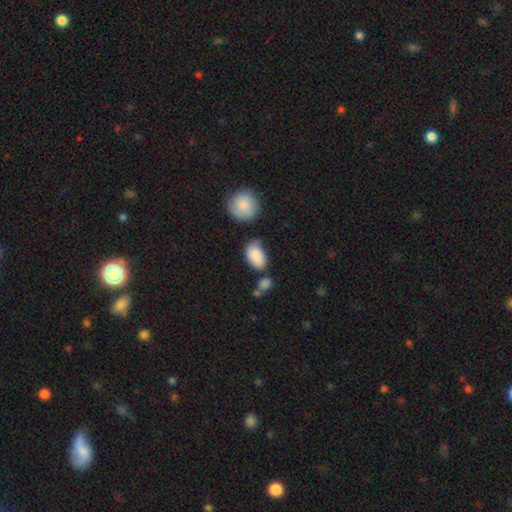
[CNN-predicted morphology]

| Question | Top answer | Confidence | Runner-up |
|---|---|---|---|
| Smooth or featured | smooth | 87% | star or artifact (7%) |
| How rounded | in between | 91% | round (8%) |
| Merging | none | 51% | minor disturbance (27%) |